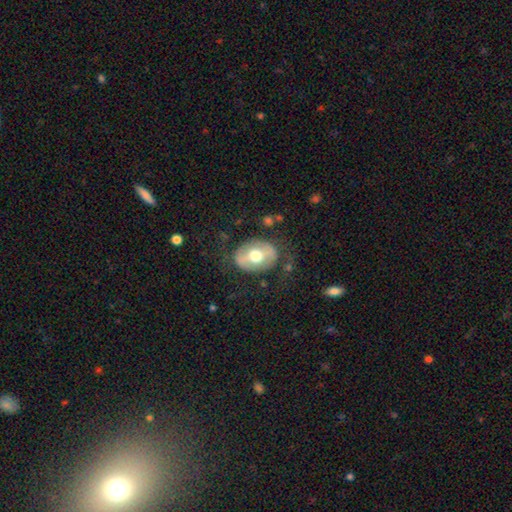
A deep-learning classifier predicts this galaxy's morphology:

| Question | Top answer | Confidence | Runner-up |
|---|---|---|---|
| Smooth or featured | featured or disk | 49% | smooth (45%) |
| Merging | none | 70% | minor disturbance (17%) |